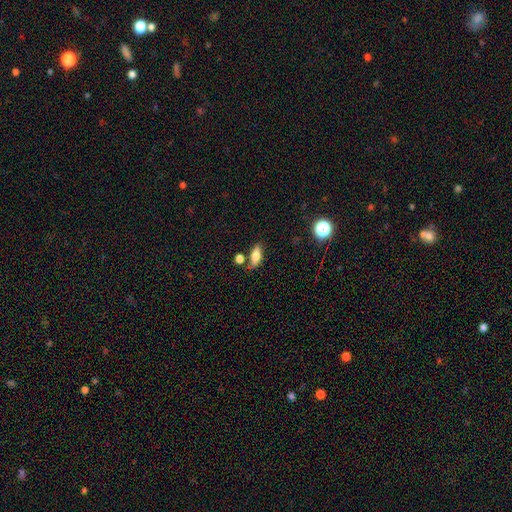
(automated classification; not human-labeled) This is likely a smooth galaxy (72%). How rounded: likely in between (71%). Merging: likely none (60%).